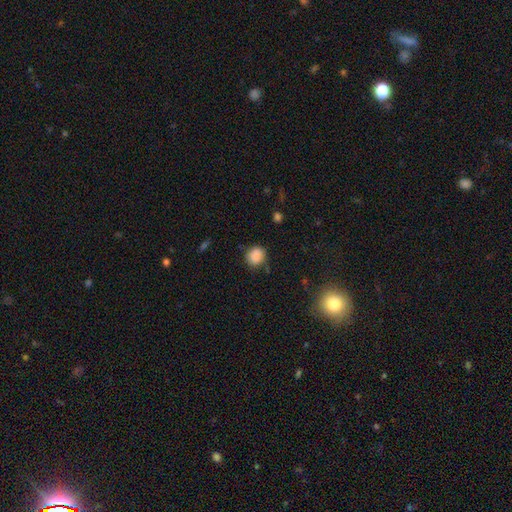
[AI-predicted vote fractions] A smooth galaxy with no disk features (87%) that is round (69%).

Vote fractions:
- Smooth or featured? smooth: 87% / star or artifact: 9% / featured or disk: 4%
- How rounded? round: 69% / in between: 30% / cigar-shaped: 1%
- Merging? none: 76% / minor disturbance: 17% / major disturbance: 5% / merger: 2%